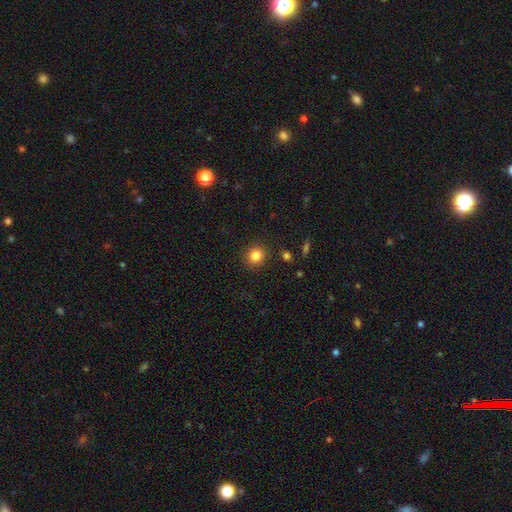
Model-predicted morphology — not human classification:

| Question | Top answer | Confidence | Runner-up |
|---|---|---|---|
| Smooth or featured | smooth | 84% | star or artifact (11%) |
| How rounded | round | 89% | in between (10%) |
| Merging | none | 89% | minor disturbance (6%) |